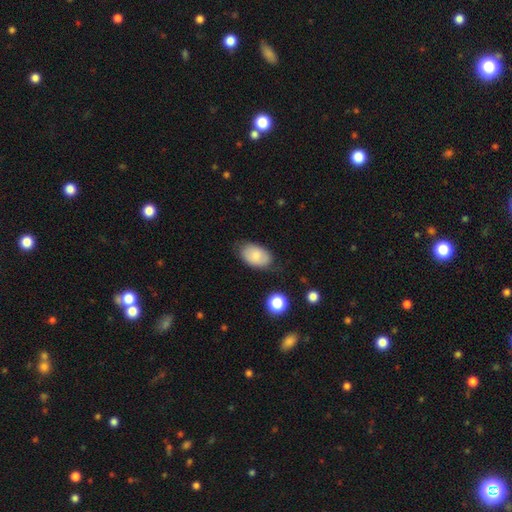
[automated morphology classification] Smooth or featured: smooth — 80% (featured or disk — 13%)
How rounded: in between — 91% (round — 8%)
Merging: none — 73% (minor disturbance — 20%)